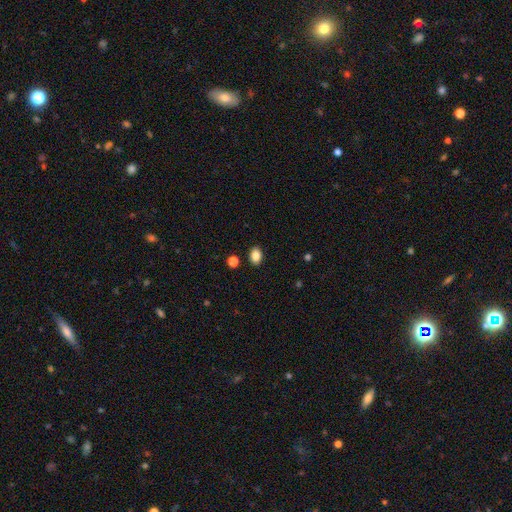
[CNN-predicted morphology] Overall: smooth (85%). How rounded: in between (76%). Merging: none (88%).